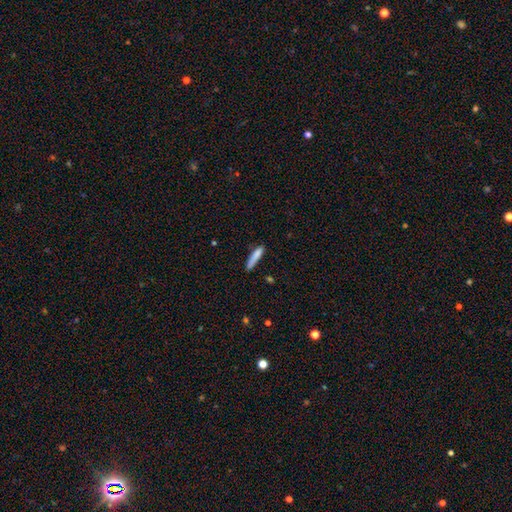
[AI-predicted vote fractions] smooth 83%, featured or disk 10%, star or artifact 7%. Down the decision tree: how rounded — cigar-shaped (86%); merging — none (71%).